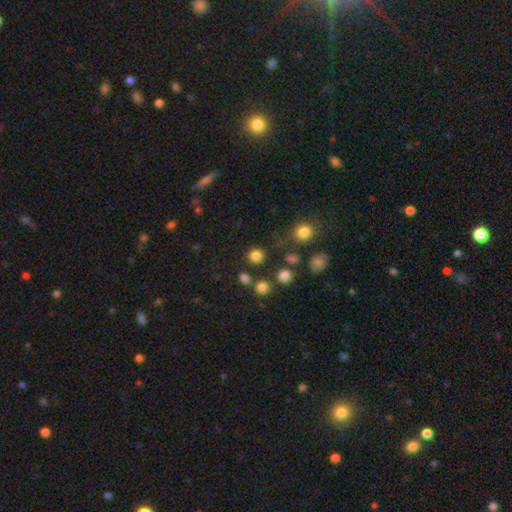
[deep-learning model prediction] A smooth galaxy with no disk features (81%) that is round (91%).

Vote fractions:
- Smooth or featured? smooth: 81% / star or artifact: 15% / featured or disk: 5%
- How rounded? round: 91% / in between: 8% / cigar-shaped: 1%
- Merging? none: 83% / minor disturbance: 8% / merger: 6% / major disturbance: 3%